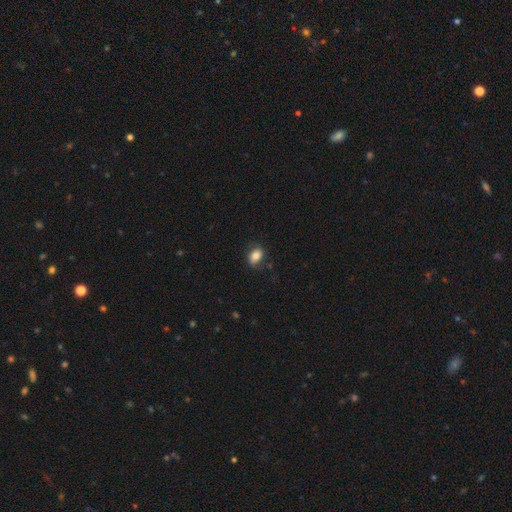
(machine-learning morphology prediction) smooth 80%, featured or disk 12%, star or artifact 9%. Down the decision tree: how rounded — in between (77%); merging — none (73%).